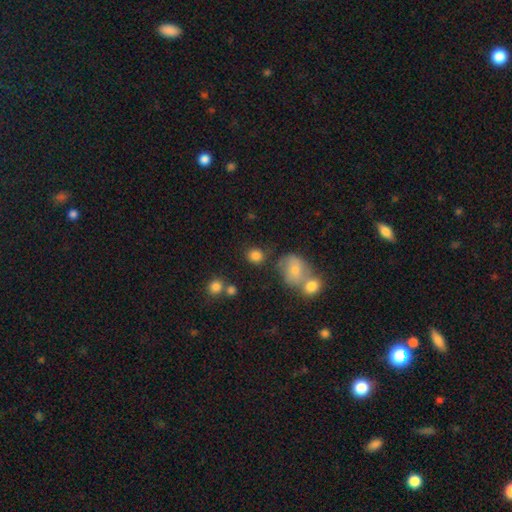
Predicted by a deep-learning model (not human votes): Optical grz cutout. It shows a smooth galaxy with no disk features (82%) that is round (77%). Merging: none (67%).